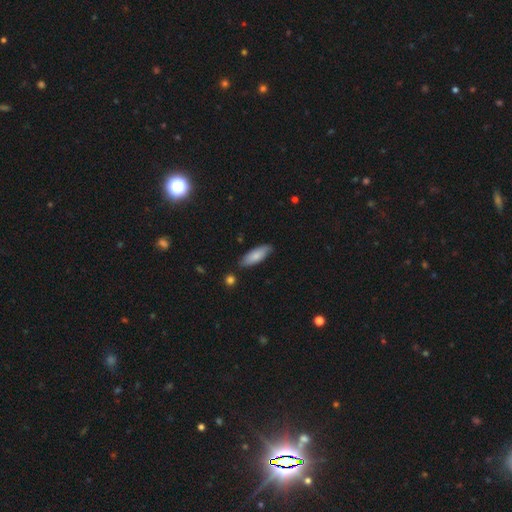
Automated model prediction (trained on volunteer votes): Smooth or featured: smooth — 79% (featured or disk — 15%)
How rounded: in between — 65% (cigar-shaped — 34%)
Merging: none — 81% (minor disturbance — 14%)